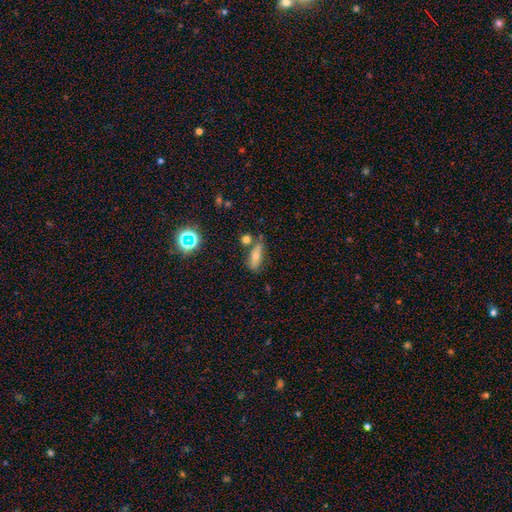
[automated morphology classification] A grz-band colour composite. It shows a smooth galaxy with no disk features (61%) that is in between round and cigar-shaped (64%). Merging: none (59%).